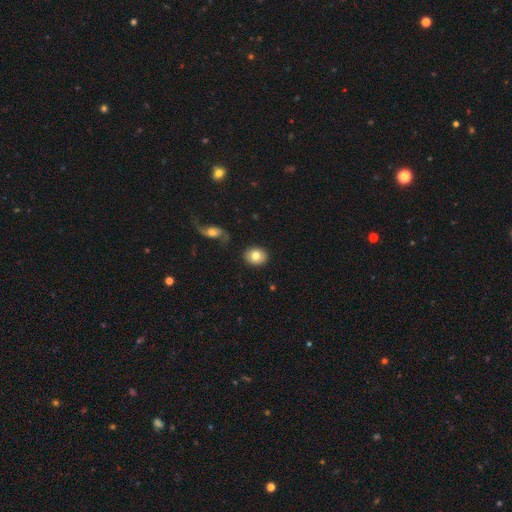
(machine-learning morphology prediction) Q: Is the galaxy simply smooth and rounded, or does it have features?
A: smooth — 79%.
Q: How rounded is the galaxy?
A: round — 63%.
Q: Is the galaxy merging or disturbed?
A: none — 86%.